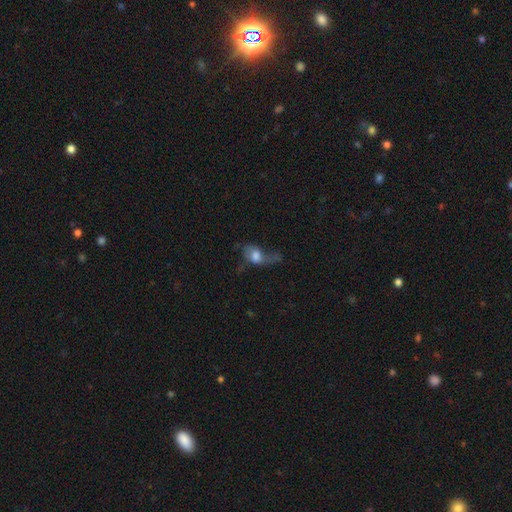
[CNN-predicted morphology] The model was most divided on "smooth or featured": smooth: 57%, featured or disk: 32%, star or artifact: 11%. More confident: how rounded — in between (74%); merging — major disturbance (54%).